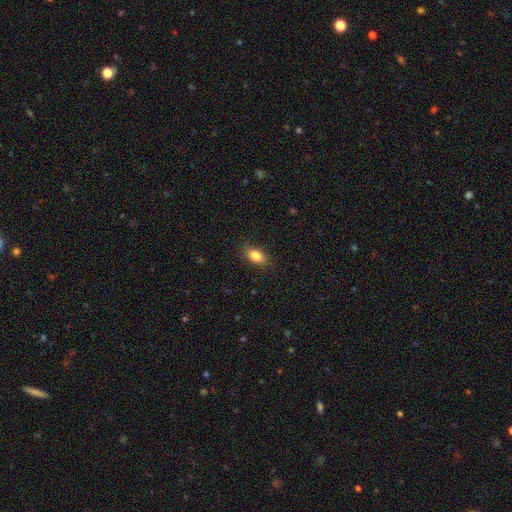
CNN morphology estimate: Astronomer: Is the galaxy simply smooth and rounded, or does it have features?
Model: smooth — 82%.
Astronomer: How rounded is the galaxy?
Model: in between — 86%.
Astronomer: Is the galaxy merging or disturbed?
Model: none — 87%.